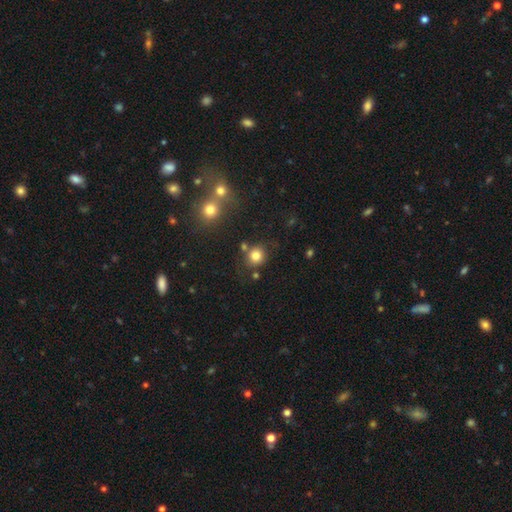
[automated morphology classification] Smooth or featured? Predicted: smooth (p=0.81). How rounded? Predicted: round (p=0.88). Merging? Predicted: none (p=0.76).